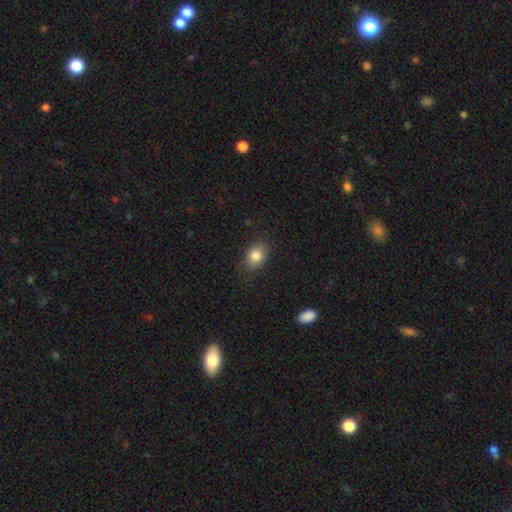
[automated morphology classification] Smooth or featured? Predicted: smooth (p=0.84). How rounded? Predicted: in between (p=0.74). Merging? Predicted: none (p=0.83).